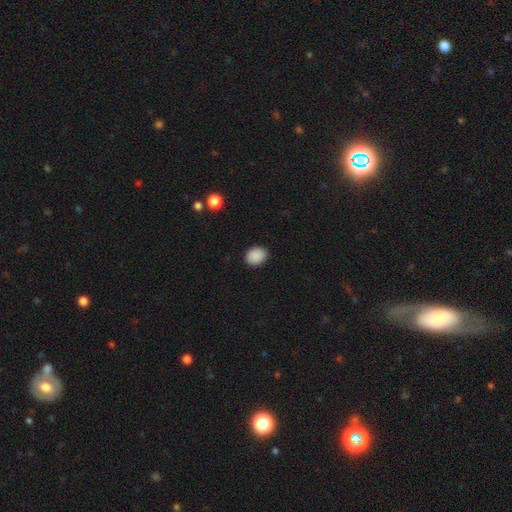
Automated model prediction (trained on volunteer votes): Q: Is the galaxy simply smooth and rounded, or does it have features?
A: smooth — 89%.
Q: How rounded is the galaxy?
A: in between — 53%.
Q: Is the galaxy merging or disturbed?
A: none — 89%.